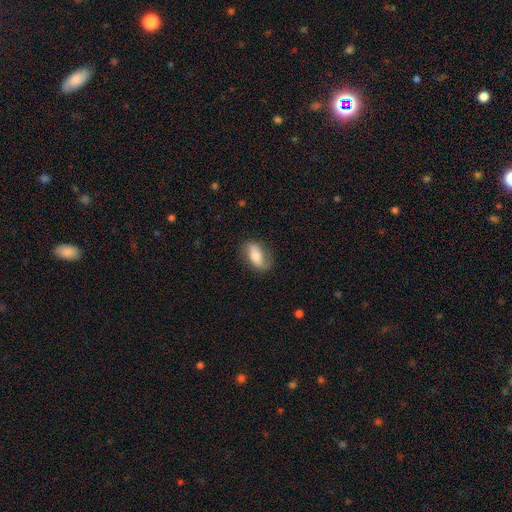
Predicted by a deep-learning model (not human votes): A featured or disk galaxy (48%).

Vote fractions:
- Smooth or featured? featured or disk: 48% / smooth: 45% / star or artifact: 7%
- Merging? none: 74% / minor disturbance: 18% / major disturbance: 6% / merger: 1%